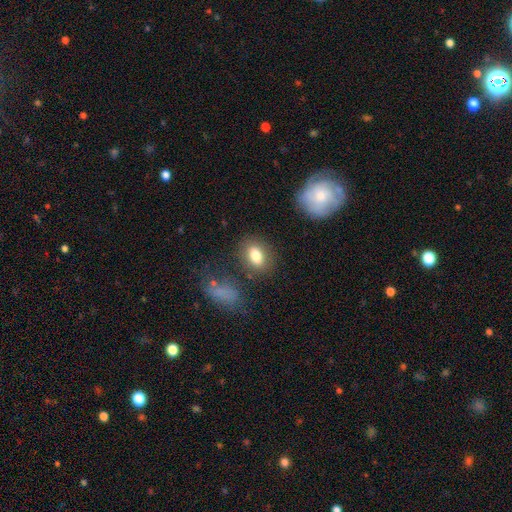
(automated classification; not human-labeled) This appears to be a smooth galaxy with no disk features (82%) that is in between round and cigar-shaped (74%). Merging: none (79%).